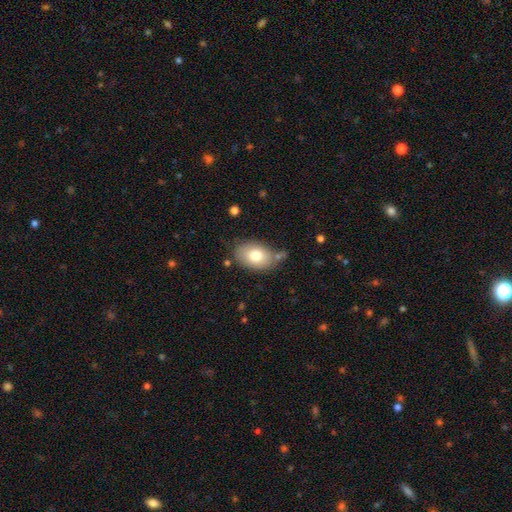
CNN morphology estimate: Smooth or featured: smooth — 76% (featured or disk — 16%)
How rounded: in between — 87% (round — 12%)
Merging: none — 71% (minor disturbance — 18%)